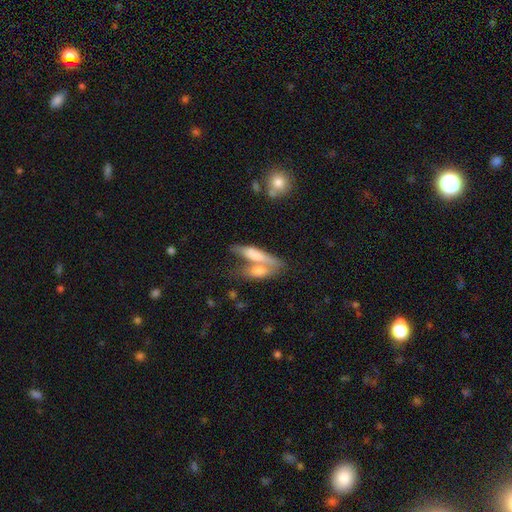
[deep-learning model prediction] The model was most divided on "how rounded": in between: 49%, cigar-shaped: 47%, round: 4%. More confident: smooth or featured — smooth (68%); merging — merger (54%).